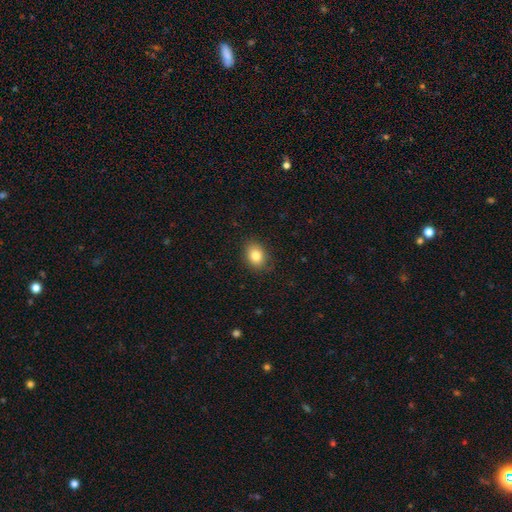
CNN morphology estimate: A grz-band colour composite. It shows a smooth galaxy with no disk features (83%) that is in between round and cigar-shaped (63%). Merging: none (84%).